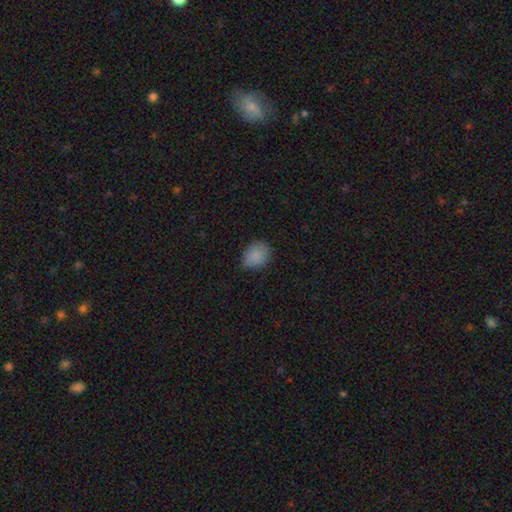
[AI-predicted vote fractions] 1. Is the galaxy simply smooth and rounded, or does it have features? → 86% smooth, 9% star or artifact, 5% featured or disk.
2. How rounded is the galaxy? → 56% in between, 43% round, 1% cigar-shaped.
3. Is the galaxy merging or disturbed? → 72% none, 23% minor disturbance, 4% major disturbance, 1% merger.